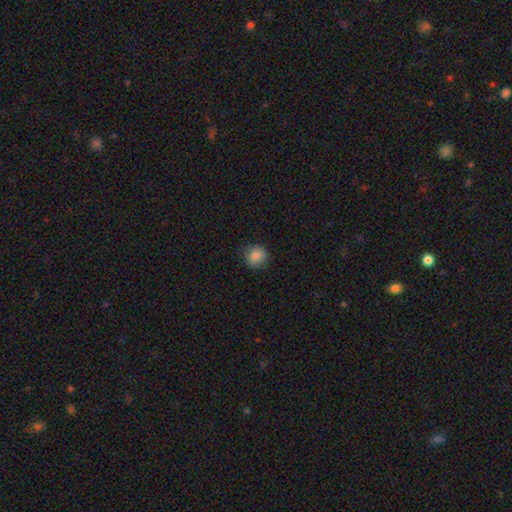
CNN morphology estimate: smooth 82%, featured or disk 9%, star or artifact 9%. Down the decision tree: how rounded — round (87%); merging — none (77%).